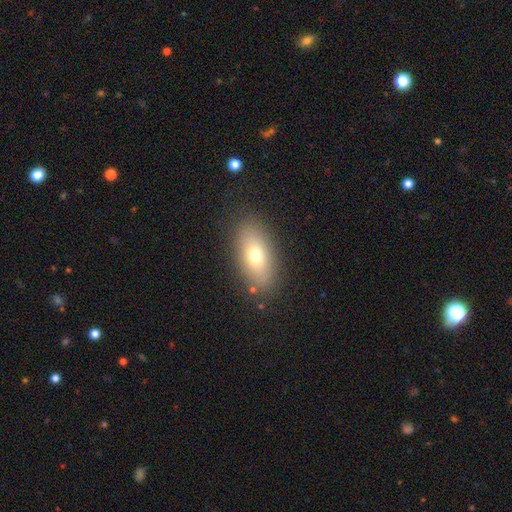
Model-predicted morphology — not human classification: smooth-or-featured: smooth: 69% | featured or disk: 22% | star or artifact: 9%
  how-rounded: in between: 86% | cigar-shaped: 8% | round: 6%
  merging: none: 84% | minor disturbance: 10% | major disturbance: 4% | merger: 2%